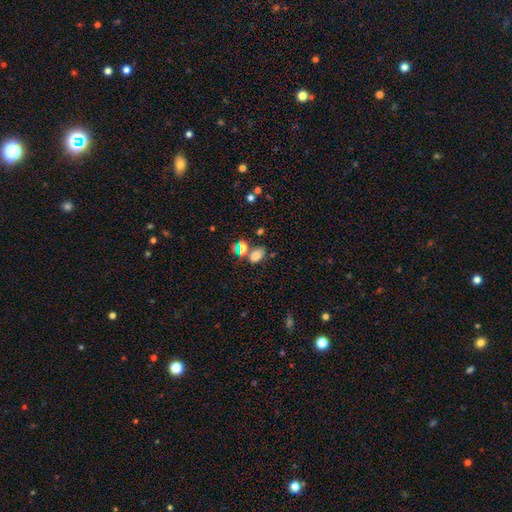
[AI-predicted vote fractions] Smooth or featured? Predicted: smooth (p=0.75). How rounded? Predicted: in between (p=0.83). Merging? Predicted: none (p=0.59).